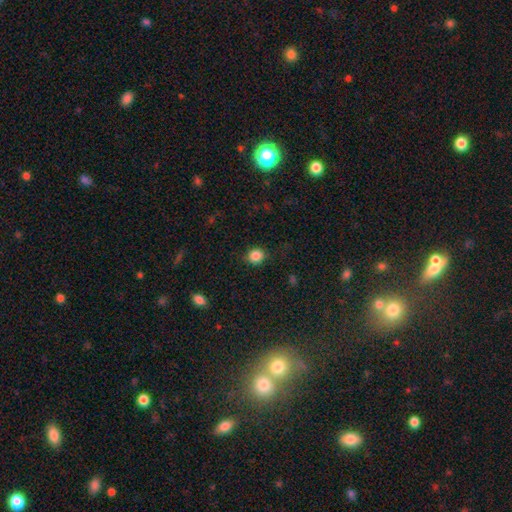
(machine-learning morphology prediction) Smooth or featured? smooth (85%)
How rounded? round (85%)
Merging? none (87%)